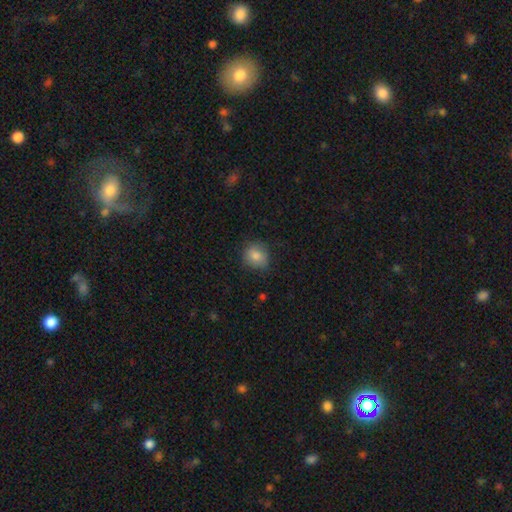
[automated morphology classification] This is clearly a smooth galaxy (83%). How rounded: likely round (77%). Merging: likely none (76%).